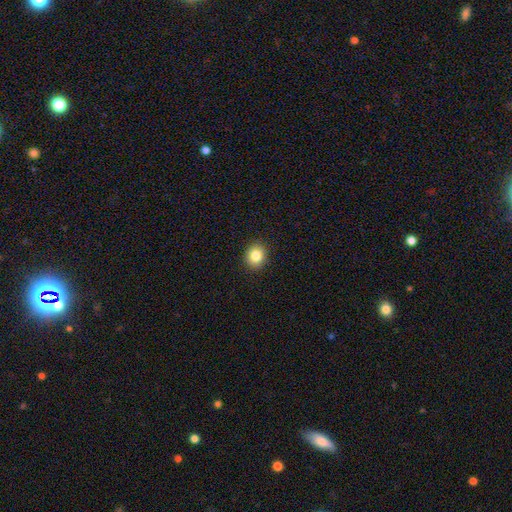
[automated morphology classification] smooth-or-featured: smooth: 84% | star or artifact: 10% | featured or disk: 6%
  how-rounded: round: 68% | in between: 31% | cigar-shaped: 1%
  merging: none: 91% | minor disturbance: 6% | major disturbance: 2% | merger: 1%